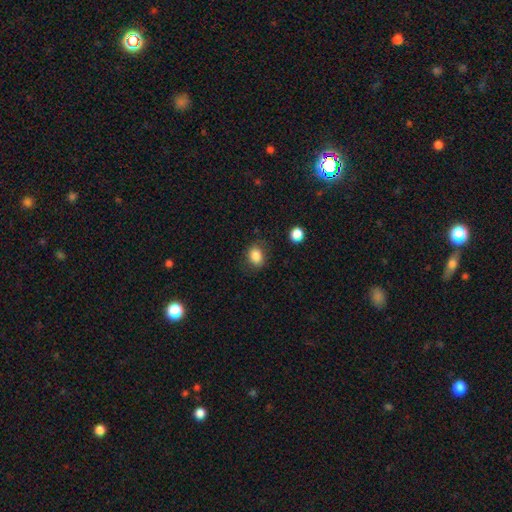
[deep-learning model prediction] smooth 86%, star or artifact 10%, featured or disk 5%. Down the decision tree: how rounded — in between (52%); merging — none (78%).